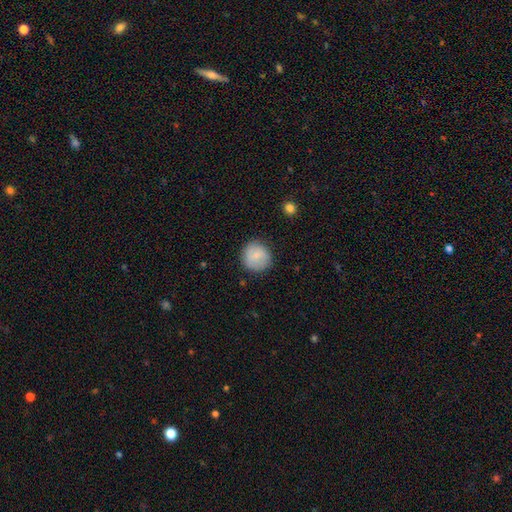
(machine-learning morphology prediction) Overall: smooth (81%). How rounded: round (93%). Merging: none (84%).